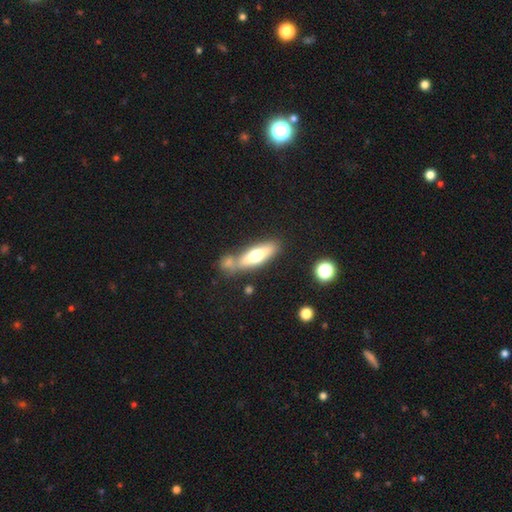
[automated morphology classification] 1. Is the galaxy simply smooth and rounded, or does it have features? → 55% smooth, 39% featured or disk, 6% star or artifact.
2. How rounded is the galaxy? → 54% cigar-shaped, 43% in between, 3% round.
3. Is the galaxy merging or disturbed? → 58% none, 23% merger, 14% minor disturbance, 5% major disturbance.